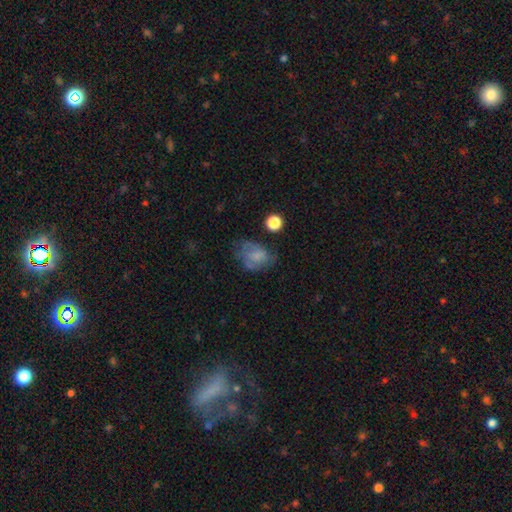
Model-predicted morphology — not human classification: This is possibly a smooth galaxy (56%). How rounded: likely in between (64%). Merging: marginally none (43%).